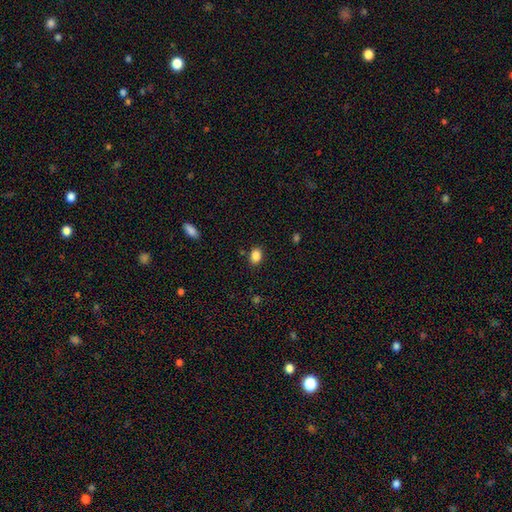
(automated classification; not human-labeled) Smooth or featured? smooth (87%)
How rounded? in between (75%)
Merging? none (85%)